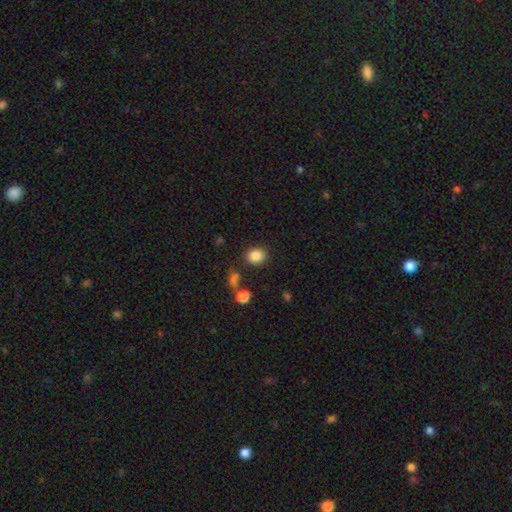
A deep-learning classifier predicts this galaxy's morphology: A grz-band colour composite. It shows a smooth galaxy with no disk features (85%) that is round (68%). Merging: none (82%).